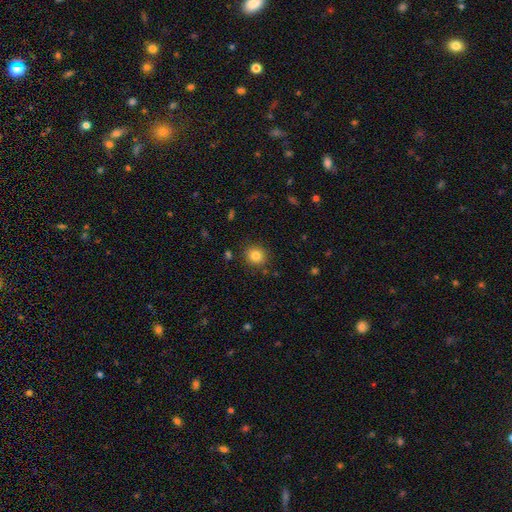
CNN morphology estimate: Smooth or featured? Predicted: smooth (p=0.82). How rounded? Predicted: round (p=0.87). Merging? Predicted: none (p=0.87).